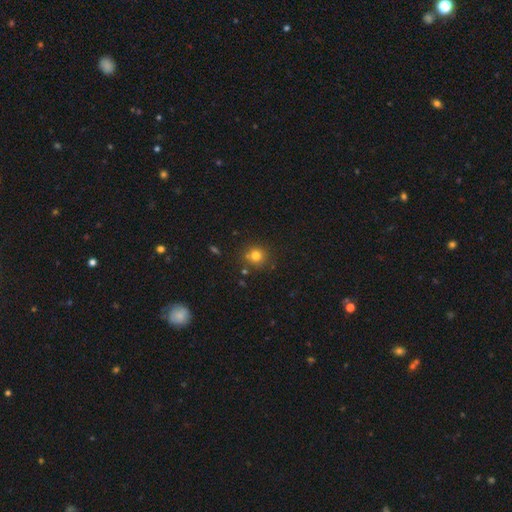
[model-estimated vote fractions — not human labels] A smooth galaxy with no disk features (78%) that is round (89%). Merging: none (80%).